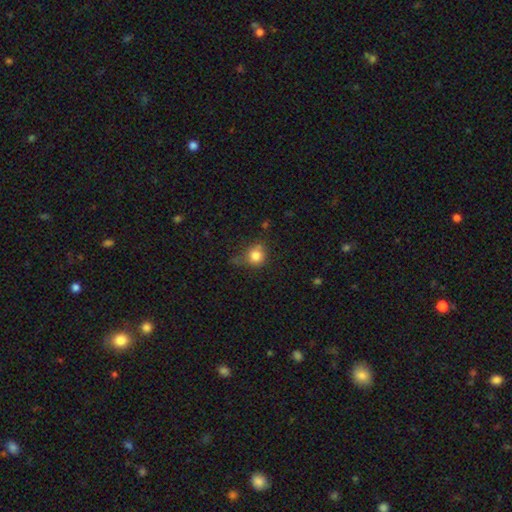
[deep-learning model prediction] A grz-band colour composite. It shows a smooth galaxy with no disk features (81%) that is round (84%). Merging: none (54%).